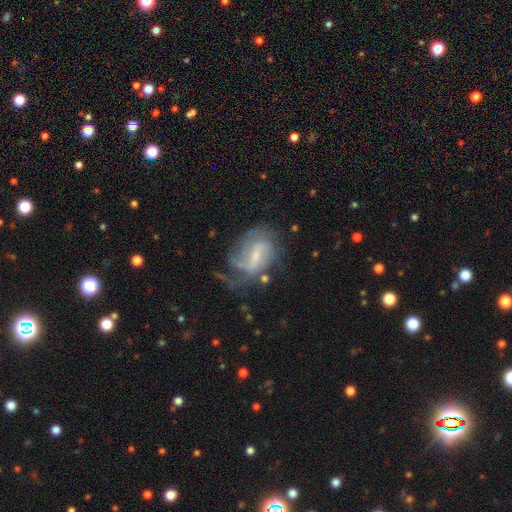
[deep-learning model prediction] The model was most divided on "spiral winding": medium: 41%, loose: 34%, tight: 25%. Remaining: edge-on disk — no (96%); spiral arms — yes (87%); smooth or featured — featured or disk (76%); bar — weak (52%); bulge size — small (51%); merging — none (44%); spiral arm count — 2 (41%).